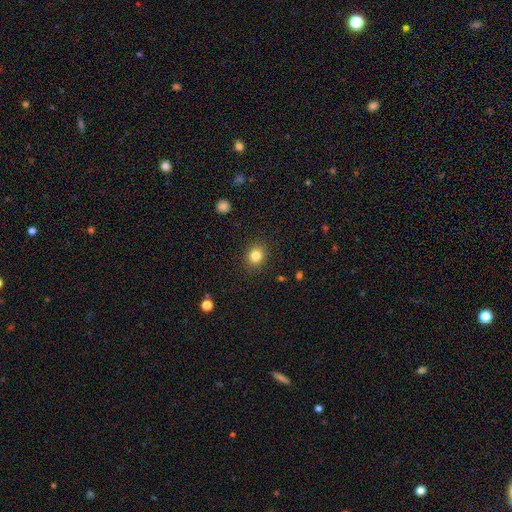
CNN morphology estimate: smooth-or-featured: smooth: 83% | star or artifact: 11% | featured or disk: 6%
  how-rounded: round: 71% | in between: 28% | cigar-shaped: 1%
  merging: none: 89% | minor disturbance: 7% | major disturbance: 2% | merger: 1%